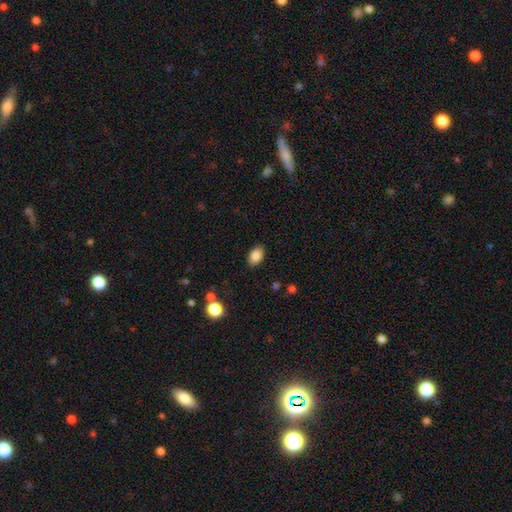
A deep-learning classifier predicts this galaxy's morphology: The model was most divided on "how rounded": in between: 87%, round: 12%, cigar-shaped: 1%. More confident: merging — none (87%); smooth or featured — smooth (86%).